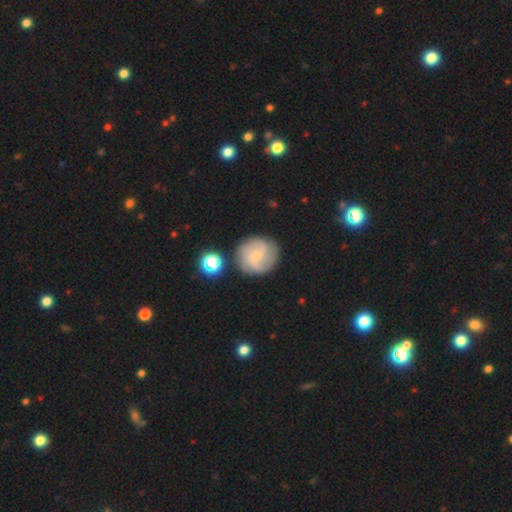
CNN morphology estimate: This appears to be a featured or disk galaxy (58%) with no bar (52%), spiral arms (88%) and a small central bulge (76%). Merging: none (73%).